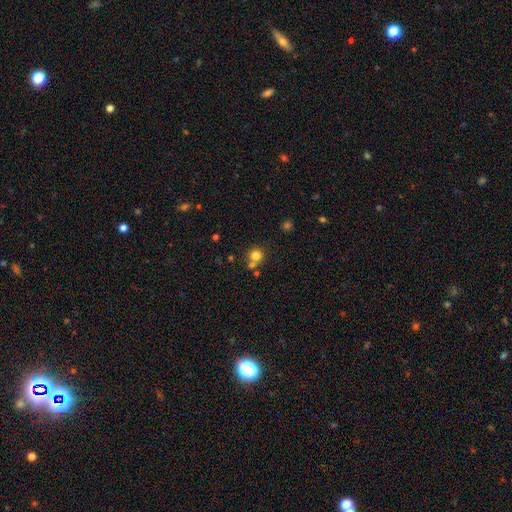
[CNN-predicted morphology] type=smooth (78%); roundness=round (91%); merging=none (61%).